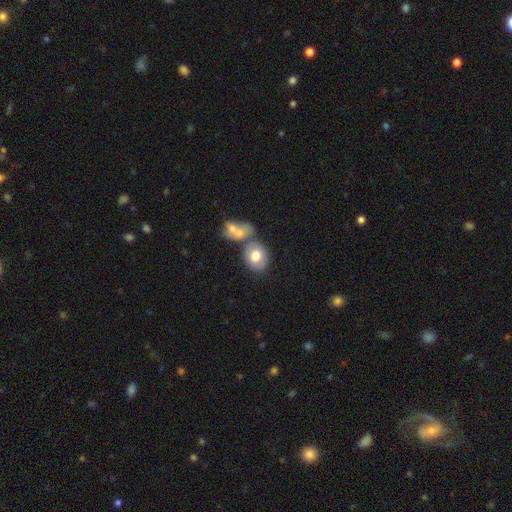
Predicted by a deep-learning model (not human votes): Smooth or featured? Predicted: smooth (p=0.71). How rounded? Predicted: in between (p=0.58). Merging? Predicted: none (p=0.51).